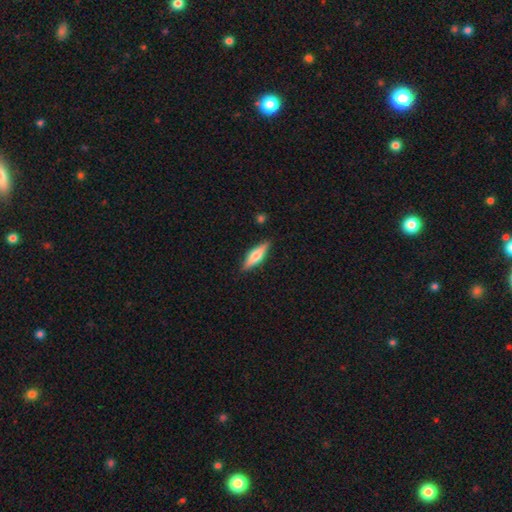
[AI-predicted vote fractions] Smooth or featured? smooth (54%)
How rounded? cigar-shaped (64%)
Merging? none (87%)